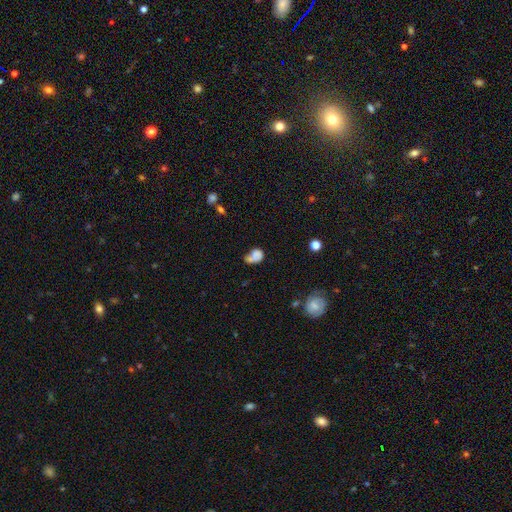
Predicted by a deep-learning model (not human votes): Overall: smooth (61%; featured or disk 26%). How rounded: in between (73%). Merging: none (29%; major disturbance 26%).